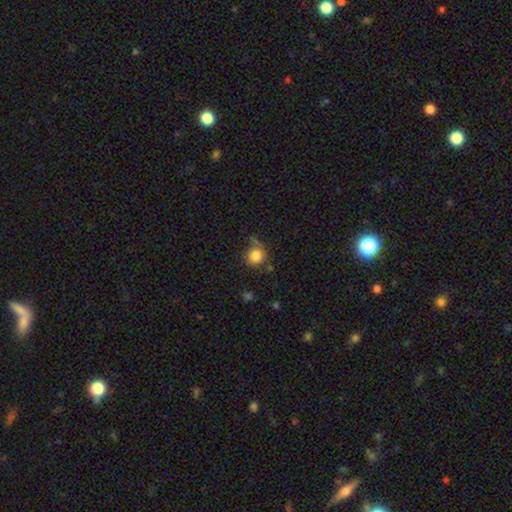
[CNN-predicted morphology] Smooth or featured? Predicted: smooth (p=0.82). How rounded? Predicted: round (p=0.90). Merging? Predicted: none (p=0.63).